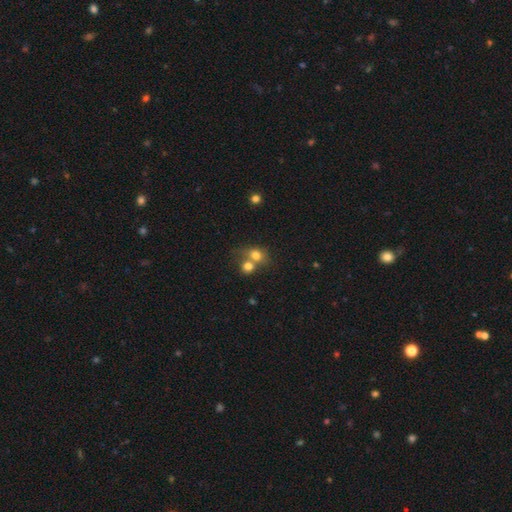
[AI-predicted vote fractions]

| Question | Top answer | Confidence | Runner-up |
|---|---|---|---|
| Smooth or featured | smooth | 74% | featured or disk (14%) |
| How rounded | round | 63% | in between (36%) |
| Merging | merger | 57% | none (31%) |